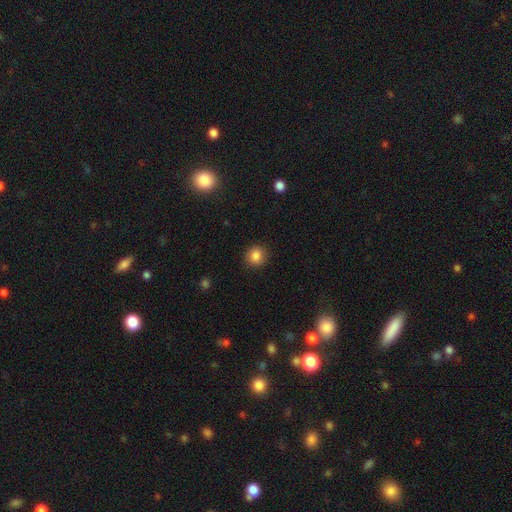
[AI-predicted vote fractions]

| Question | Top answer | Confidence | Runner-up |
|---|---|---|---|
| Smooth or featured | smooth | 86% | star or artifact (10%) |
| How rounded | round | 87% | in between (12%) |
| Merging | none | 90% | minor disturbance (7%) |